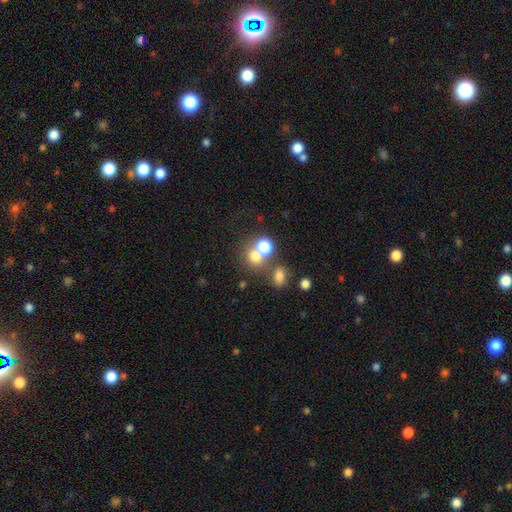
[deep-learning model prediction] Overall: smooth (69%). How rounded: round (77%). Merging: none (46%; merger 41%).